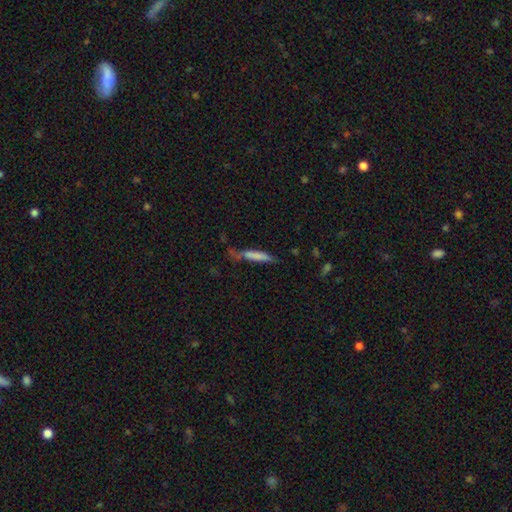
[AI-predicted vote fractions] smooth-or-featured: smooth: 71% | featured or disk: 22% | star or artifact: 7%
  how-rounded: cigar-shaped: 90% | in between: 8% | round: 2%
  merging: none: 52% | minor disturbance: 27% | major disturbance: 12% | merger: 8%